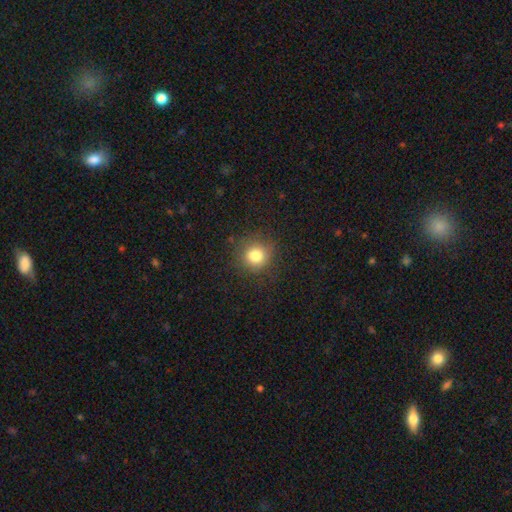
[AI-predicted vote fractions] This is clearly a smooth galaxy (81%). How rounded: clearly round (88%). Merging: clearly none (84%).